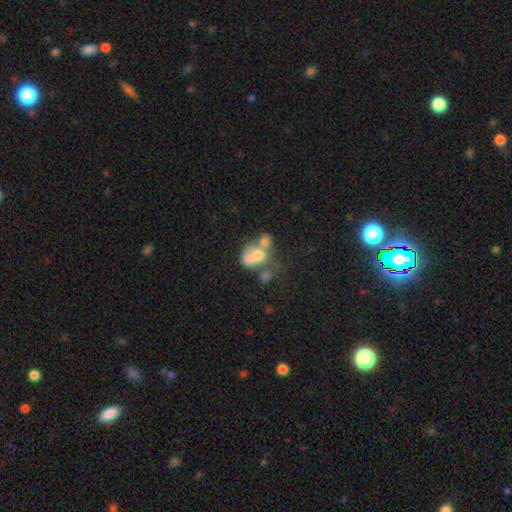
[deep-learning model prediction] This appears to be a smooth galaxy with no disk features (61%) that is in between round and cigar-shaped (67%). Merging: merger (60%).